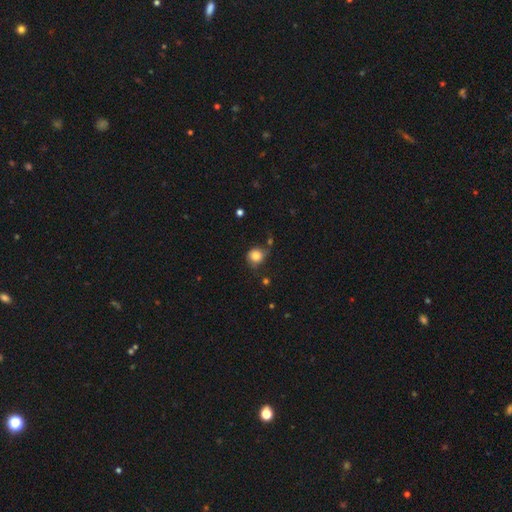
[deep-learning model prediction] Smooth or featured?
  - smooth: 82% *
  - star or artifact: 10%
  - featured or disk: 7%
How rounded?
  - round: 86% *
  - in between: 13%
  - cigar-shaped: 1%
Merging?
  - none: 63% *
  - minor disturbance: 23%
  - major disturbance: 7%
  - merger: 7%